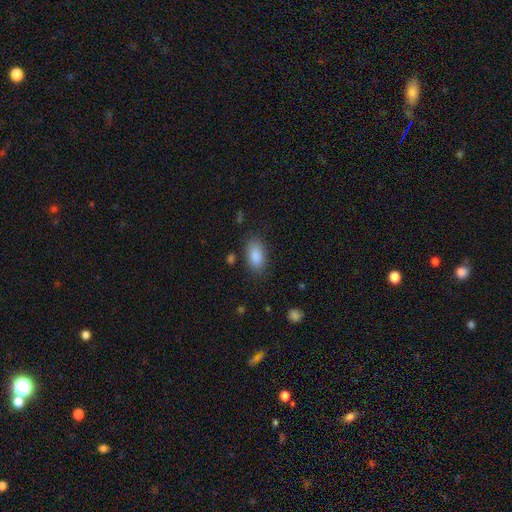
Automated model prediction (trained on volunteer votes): A smooth galaxy with no disk features (88%) that is in between round and cigar-shaped (92%).

Vote fractions:
- Smooth or featured? smooth: 88% / star or artifact: 7% / featured or disk: 5%
- How rounded? in between: 92% / round: 5% / cigar-shaped: 3%
- Merging? none: 82% / minor disturbance: 13% / major disturbance: 4% / merger: 2%